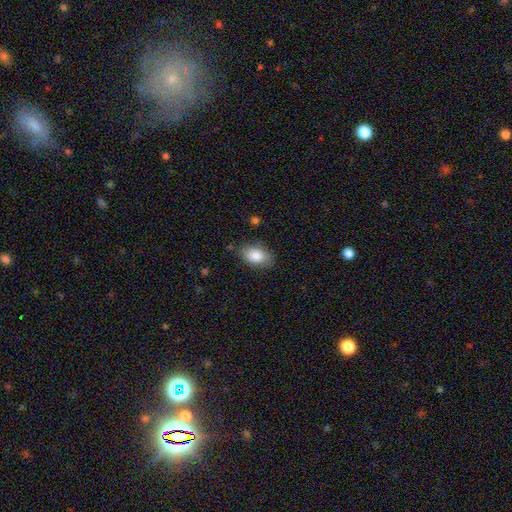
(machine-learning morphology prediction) Smooth or featured?
  - smooth: 85% *
  - featured or disk: 8%
  - star or artifact: 7%
How rounded?
  - in between: 90% *
  - round: 9%
  - cigar-shaped: 1%
Merging?
  - none: 81% *
  - minor disturbance: 14%
  - major disturbance: 3%
  - merger: 2%